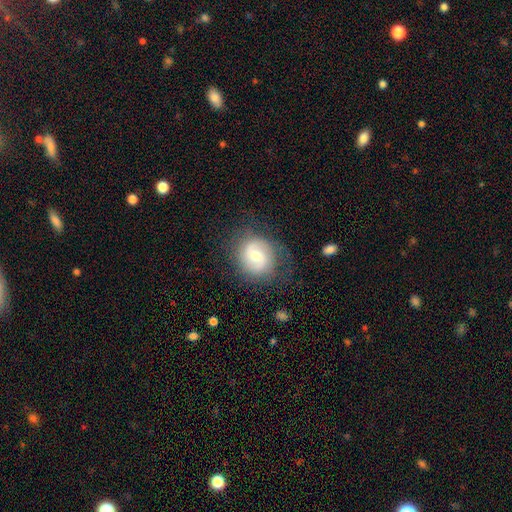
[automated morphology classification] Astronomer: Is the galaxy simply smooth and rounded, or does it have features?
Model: featured or disk — 59%.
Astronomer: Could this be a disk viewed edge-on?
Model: no — 97%.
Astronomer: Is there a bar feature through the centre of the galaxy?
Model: no — 46% (runner-up: weak, 43%).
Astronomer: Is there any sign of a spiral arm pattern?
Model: yes — 82%.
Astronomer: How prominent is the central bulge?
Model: moderate — 60% (runner-up: small, 35%).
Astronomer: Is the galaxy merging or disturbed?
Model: none — 72%.